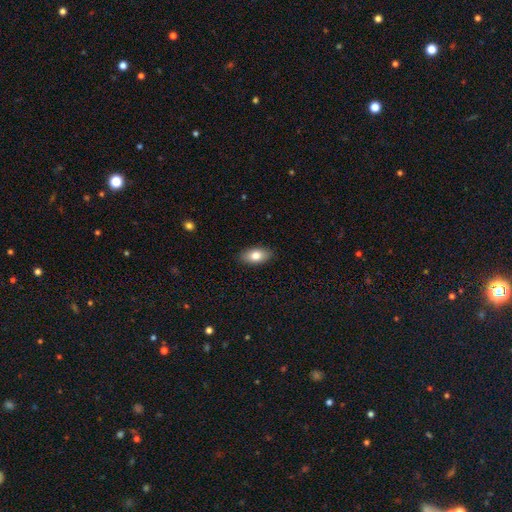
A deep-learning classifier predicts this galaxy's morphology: The model was most divided on "smooth or featured": smooth: 81%, featured or disk: 12%, star or artifact: 7%. More confident: how rounded — in between (92%); merging — none (89%).